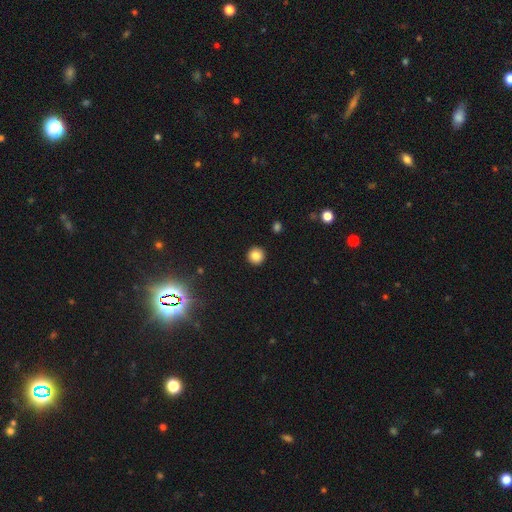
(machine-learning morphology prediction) smooth_or_featured: smooth (p=0.85) [alt: star or artifact p=0.11]
how_rounded: round (p=0.95) [alt: in between p=0.04]
merging: none (p=0.93) [alt: minor disturbance p=0.05]